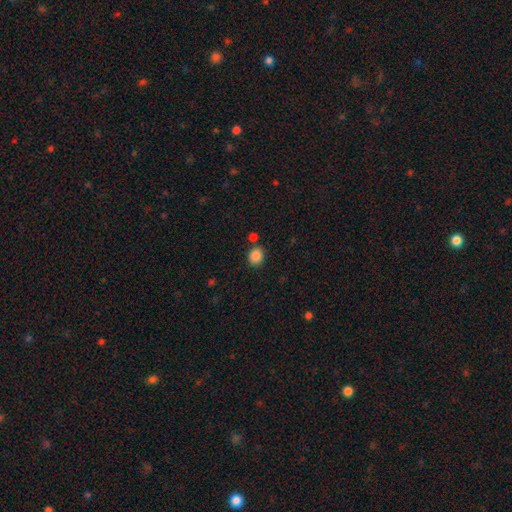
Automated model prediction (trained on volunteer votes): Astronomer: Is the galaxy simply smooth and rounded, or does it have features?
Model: smooth — 87%.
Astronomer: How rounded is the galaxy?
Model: round — 66%.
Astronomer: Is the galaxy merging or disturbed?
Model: none — 79%.